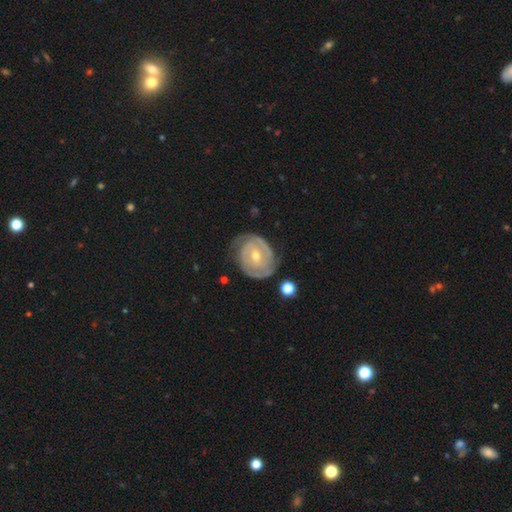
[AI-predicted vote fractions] Overall: featured or disk (87%). Edge-on disk: no (97%). Bar: no (52%; weak 35%). Spiral arms: yes (96%). Spiral arm count: 2 (67%). Spiral winding: tight (76%). Bulge size: moderate (50%; small 47%). Merging: none (75%).